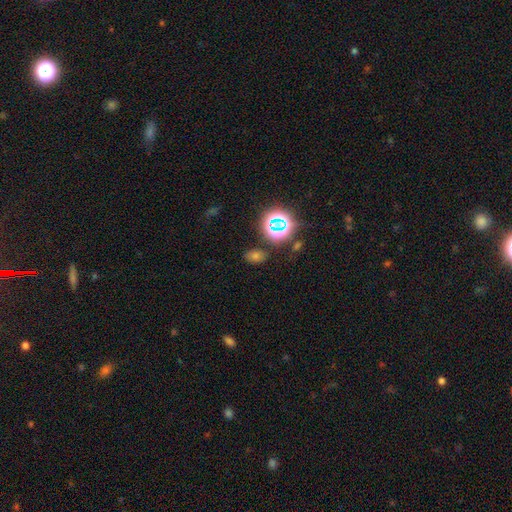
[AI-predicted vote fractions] Smooth or featured? smooth (45%)
Merging? none (80%)